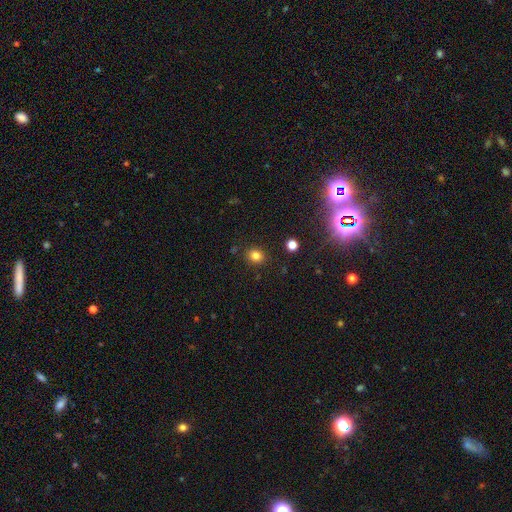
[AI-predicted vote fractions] This appears to be a smooth galaxy with no disk features (80%) that is round (74%). Merging: none (88%).